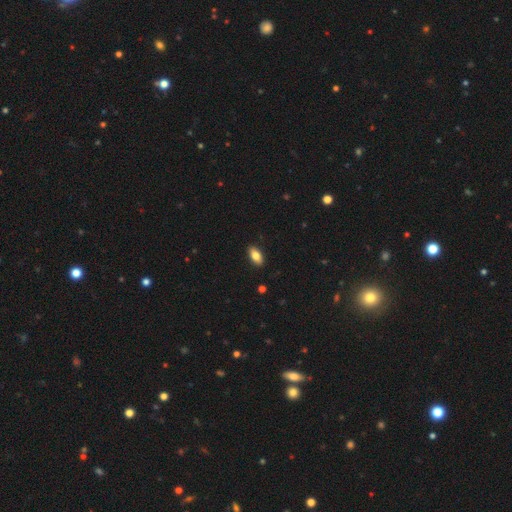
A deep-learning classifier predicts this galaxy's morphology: Smooth or featured?
  - smooth: 82% *
  - featured or disk: 11%
  - star or artifact: 7%
How rounded?
  - in between: 91% *
  - cigar-shaped: 6%
  - round: 3%
Merging?
  - none: 90% *
  - minor disturbance: 8%
  - major disturbance: 2%
  - merger: 1%